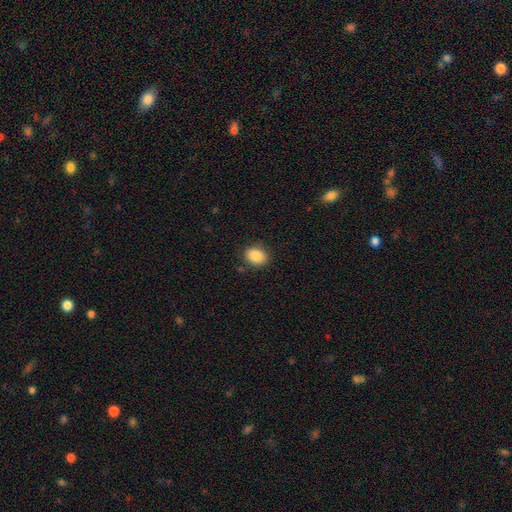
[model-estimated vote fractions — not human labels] A smooth galaxy with no disk features (88%) that is in between round and cigar-shaped (56%). Merging: none (85%).